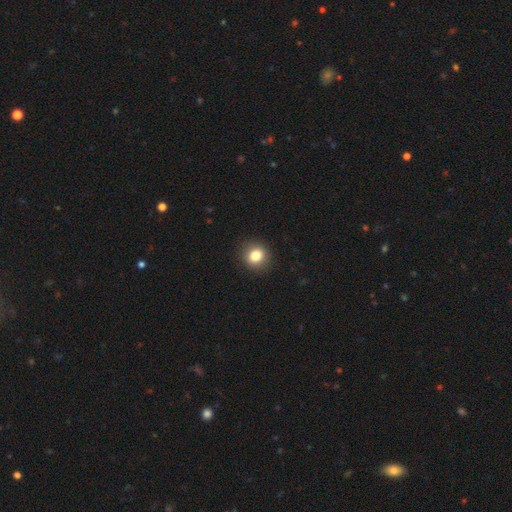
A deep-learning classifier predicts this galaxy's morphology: smooth 82%, star or artifact 11%, featured or disk 7%. Down the decision tree: how rounded — round (81%); merging — none (91%).